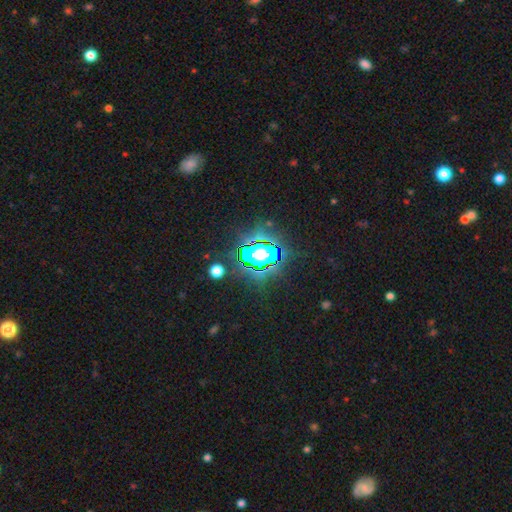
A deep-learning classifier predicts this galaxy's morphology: Q: Smooth or featured?
A: star or artifact (78%); runner-up: smooth (13%)